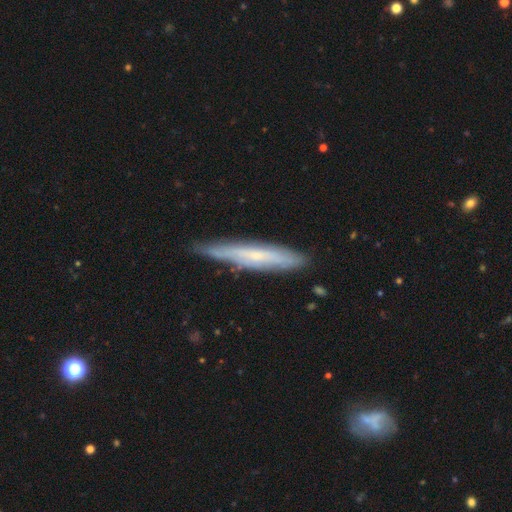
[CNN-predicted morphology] This appears to be a featured or disk galaxy (57%) viewed edge-on (79%). Merging: none (75%).